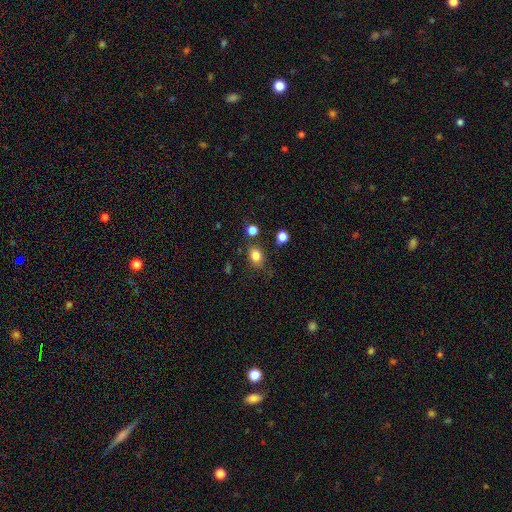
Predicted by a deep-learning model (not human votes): smooth-or-featured: smooth: 82% | star or artifact: 12% | featured or disk: 6%
  how-rounded: in between: 51% | round: 47% | cigar-shaped: 1%
  merging: none: 72% | minor disturbance: 16% | merger: 6% | major disturbance: 5%